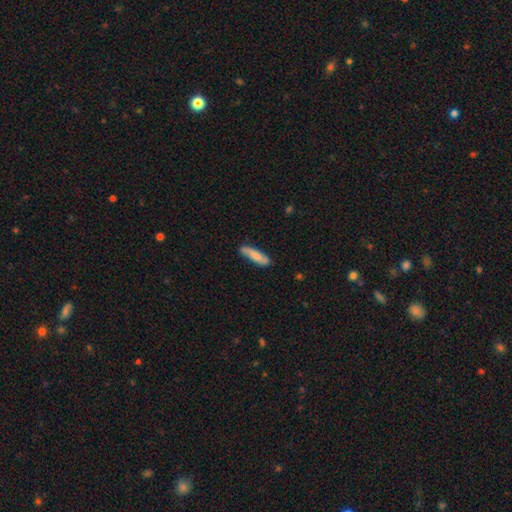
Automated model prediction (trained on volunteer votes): The model was most divided on "how rounded": cigar-shaped: 70%, in between: 28%, round: 2%. More confident: merging — none (79%); smooth or featured — smooth (69%).